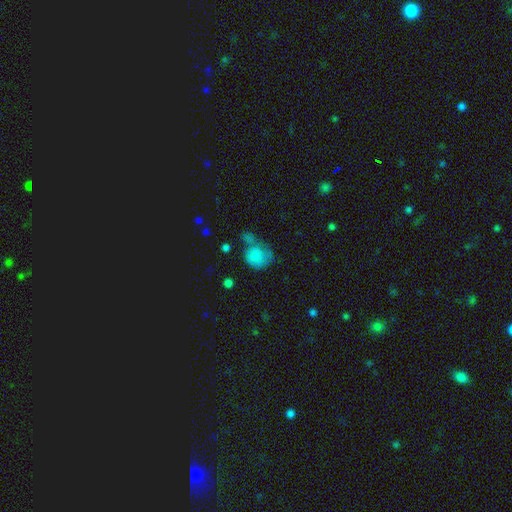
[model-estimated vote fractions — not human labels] A smooth galaxy with no disk features (80%) that is round (68%).

Vote fractions:
- Smooth or featured? smooth: 80% / featured or disk: 11% / star or artifact: 9%
- How rounded? round: 68% / in between: 31% / cigar-shaped: 1%
- Merging? none: 33% / merger: 29% / minor disturbance: 21% / major disturbance: 16%